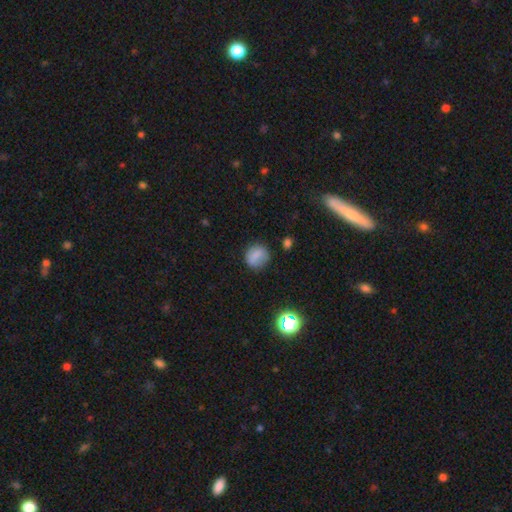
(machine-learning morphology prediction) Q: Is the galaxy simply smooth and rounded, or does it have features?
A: smooth — 78%.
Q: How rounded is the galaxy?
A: round — 74%.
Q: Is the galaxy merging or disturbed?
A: none — 73%.